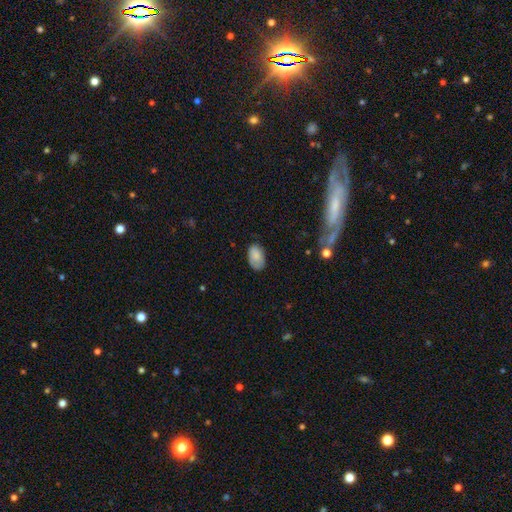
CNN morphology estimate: Q: Smooth or featured?
A: smooth (82%); runner-up: featured or disk (11%)
Q: How rounded?
A: in between (92%); runner-up: round (7%)
Q: Merging?
A: none (69%); runner-up: minor disturbance (23%)